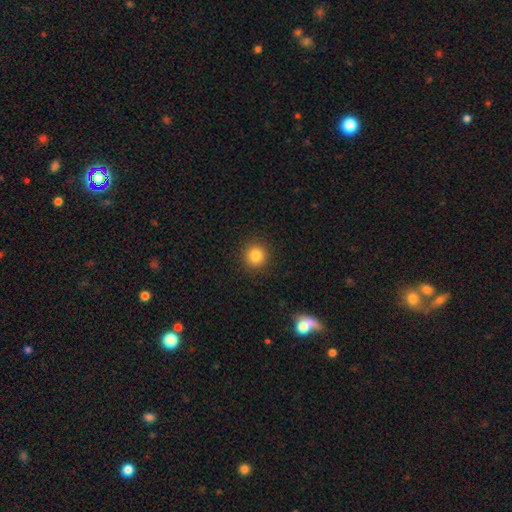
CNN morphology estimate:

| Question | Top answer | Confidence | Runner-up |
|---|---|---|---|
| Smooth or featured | smooth | 84% | star or artifact (11%) |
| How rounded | round | 93% | in between (6%) |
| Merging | none | 92% | minor disturbance (5%) |